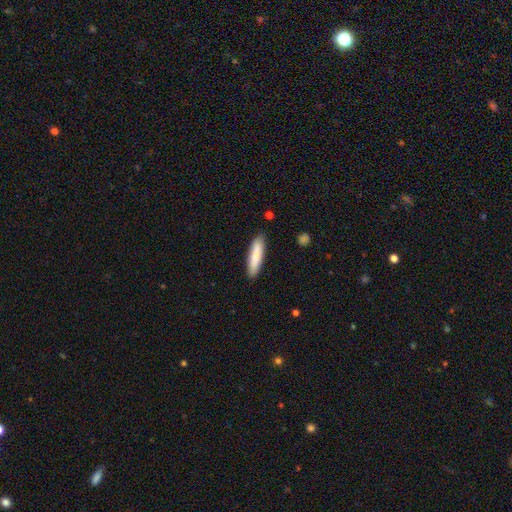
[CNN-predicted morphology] A smooth galaxy with no disk features (83%) that is cigar-shaped (77%).

Vote fractions:
- Smooth or featured? smooth: 83% / featured or disk: 12% / star or artifact: 6%
- How rounded? cigar-shaped: 77% / in between: 22% / round: 1%
- Merging? none: 87% / minor disturbance: 9% / major disturbance: 2% / merger: 1%